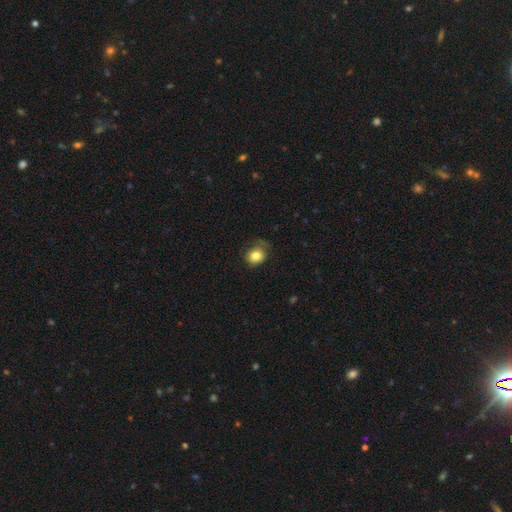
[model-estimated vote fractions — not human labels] Smooth or featured? Predicted: smooth (p=0.80). How rounded? Predicted: round (p=0.67). Merging? Predicted: none (p=0.58).